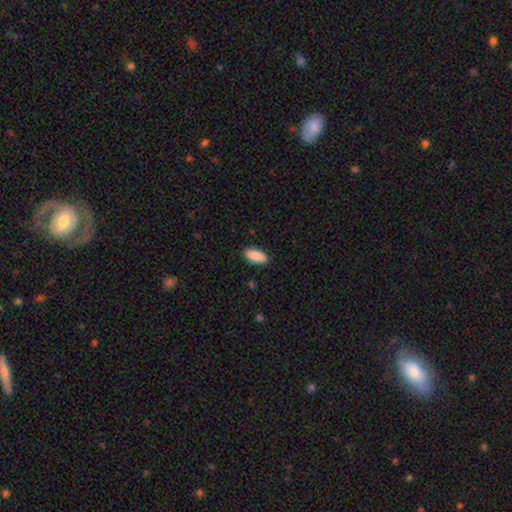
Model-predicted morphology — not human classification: Smooth or featured: smooth — 89% (star or artifact — 6%)
How rounded: in between — 86% (cigar-shaped — 12%)
Merging: none — 88% (minor disturbance — 9%)